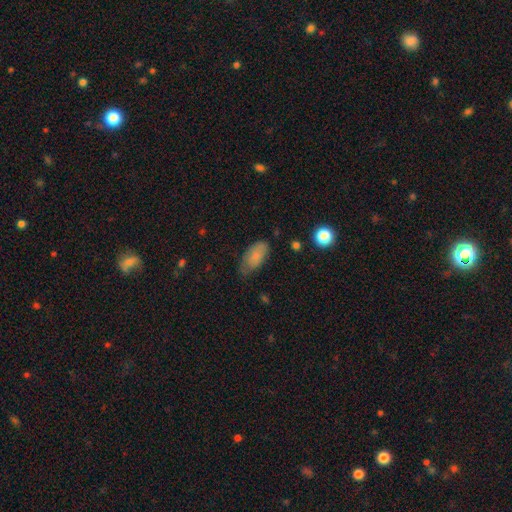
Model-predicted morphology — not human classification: This is clearly a smooth galaxy (80%). How rounded: clearly in between (92%). Merging: possibly none (56%).